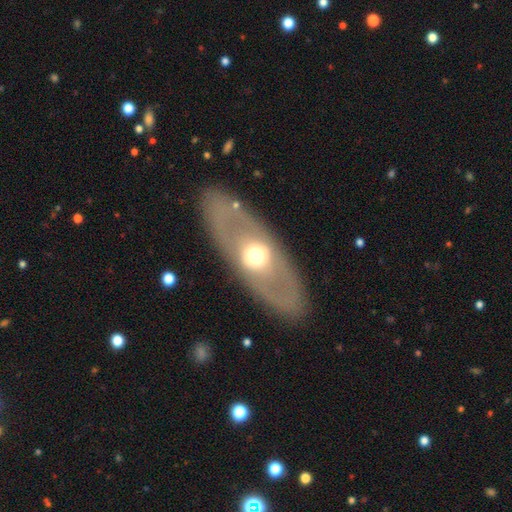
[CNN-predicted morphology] smooth_or_featured: featured or disk (p=0.60) [alt: smooth p=0.34]
disk_edge_on: no (p=0.76) [alt: yes p=0.24]
merging: none (p=0.82) [alt: minor disturbance p=0.10]